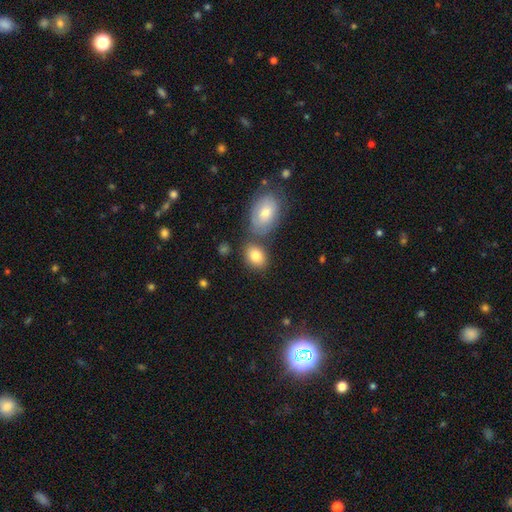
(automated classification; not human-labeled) smooth-or-featured: smooth: 81% | featured or disk: 11% | star or artifact: 8%
  how-rounded: in between: 72% | round: 27% | cigar-shaped: 1%
  merging: none: 62% | merger: 21% | minor disturbance: 13% | major disturbance: 4%